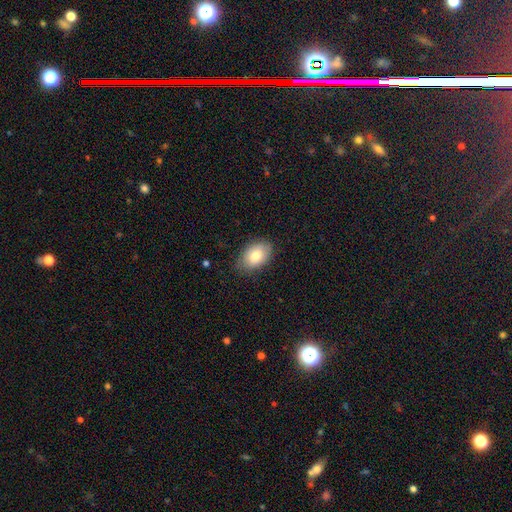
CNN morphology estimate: smooth 79%, featured or disk 14%, star or artifact 7%. Down the decision tree: how rounded — in between (87%); merging — none (80%).